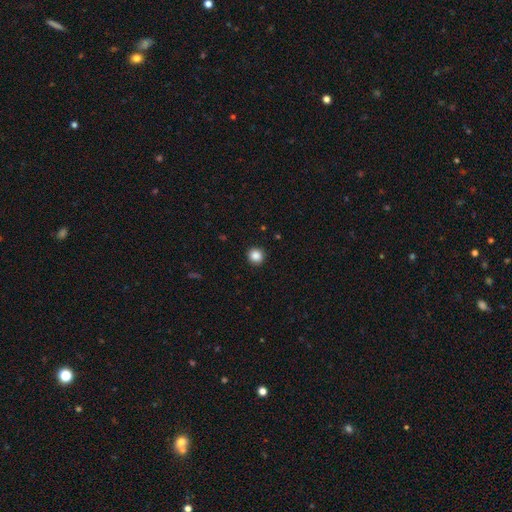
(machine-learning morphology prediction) This is clearly a smooth galaxy (87%). How rounded: clearly round (92%). Merging: clearly none (92%).